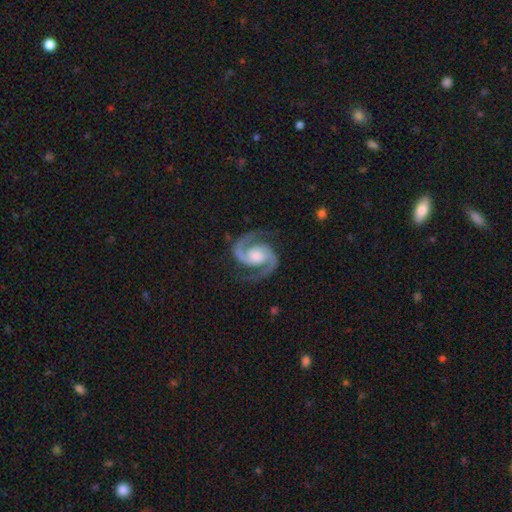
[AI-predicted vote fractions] smooth-or-featured: featured or disk: 94% | star or artifact: 3% | smooth: 2%
  disk-edge-on: no: 98% | yes: 2%
    bar: no: 59% | weak: 29% | strong: 12%
    has-spiral-arms: yes: 99% | no: 1%
      spiral-winding: medium: 66% | tight: 22% | loose: 12%
      spiral-arm-count: 2: 95% | 3: 1% | can't tell: 1% | 1: 1% | 4: 1% | more than 4: 1%
    bulge-size: moderate: 42% | small: 23% | large: 20% | none: 12% | dominant: 3%
  merging: none: 84% | minor disturbance: 11% | major disturbance: 4% | merger: 1%